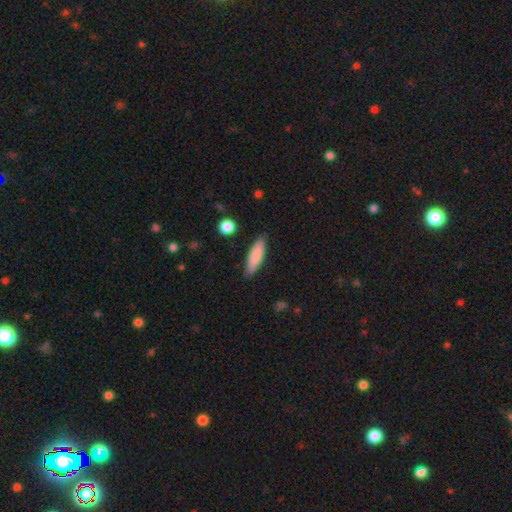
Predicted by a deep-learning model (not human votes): Q: Smooth or featured?
A: smooth (82%); runner-up: featured or disk (12%)
Q: How rounded?
A: cigar-shaped (62%); runner-up: in between (36%)
Q: Merging?
A: none (83%); runner-up: minor disturbance (13%)